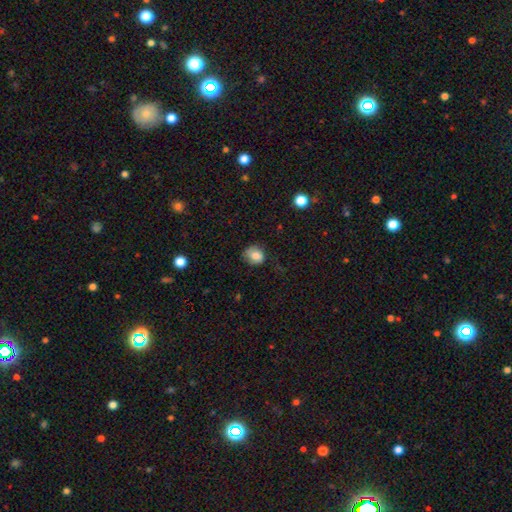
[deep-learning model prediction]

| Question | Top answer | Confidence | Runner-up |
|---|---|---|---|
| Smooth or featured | smooth | 79% | featured or disk (12%) |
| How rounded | round | 64% | in between (35%) |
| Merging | none | 63% | minor disturbance (27%) |